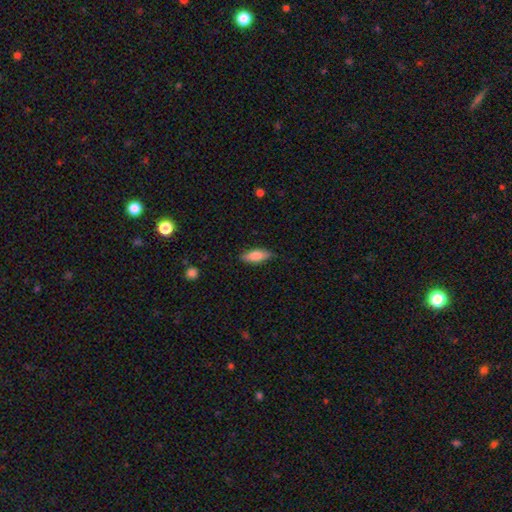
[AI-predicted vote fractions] Overall: smooth (77%). How rounded: in between (66%; cigar-shaped 32%). Merging: none (85%).